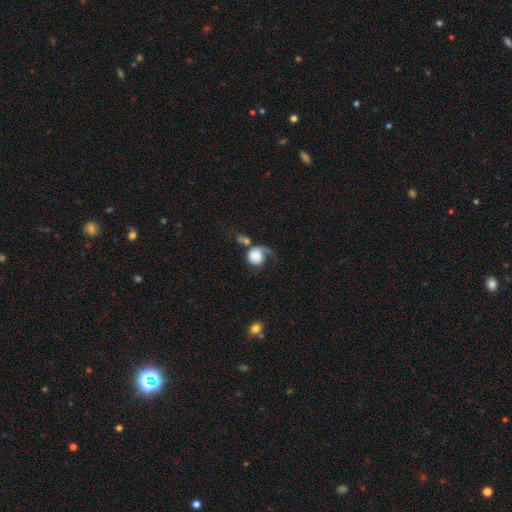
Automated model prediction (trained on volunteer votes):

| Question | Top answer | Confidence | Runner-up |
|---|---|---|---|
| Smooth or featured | smooth | 60% | featured or disk (33%) |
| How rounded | round | 75% | in between (24%) |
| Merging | major disturbance | 41% | none (25%) |